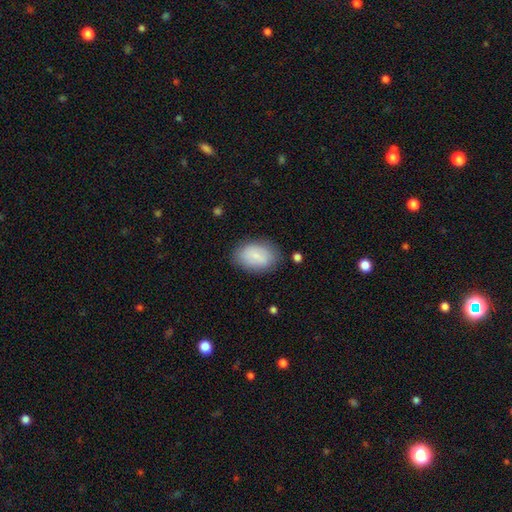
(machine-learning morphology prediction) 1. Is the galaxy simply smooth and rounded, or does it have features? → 78% smooth, 14% featured or disk, 7% star or artifact.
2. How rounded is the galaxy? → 87% in between, 12% round, 1% cigar-shaped.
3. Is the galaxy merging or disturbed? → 79% none, 15% minor disturbance, 4% major disturbance, 2% merger.